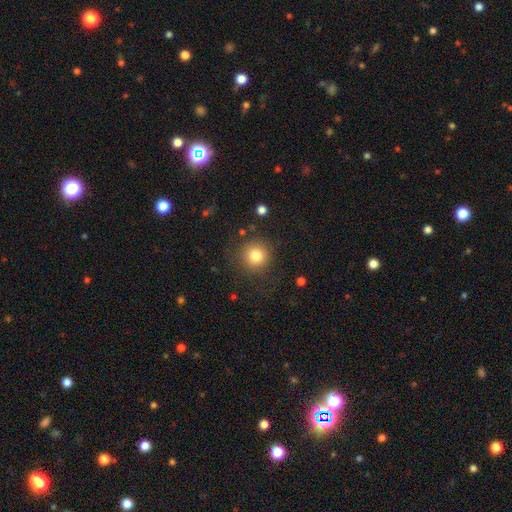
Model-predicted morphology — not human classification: smooth-or-featured: smooth: 80% | star or artifact: 12% | featured or disk: 8%
  how-rounded: round: 93% | in between: 6% | cigar-shaped: 1%
  merging: none: 84% | minor disturbance: 9% | major disturbance: 5% | merger: 2%